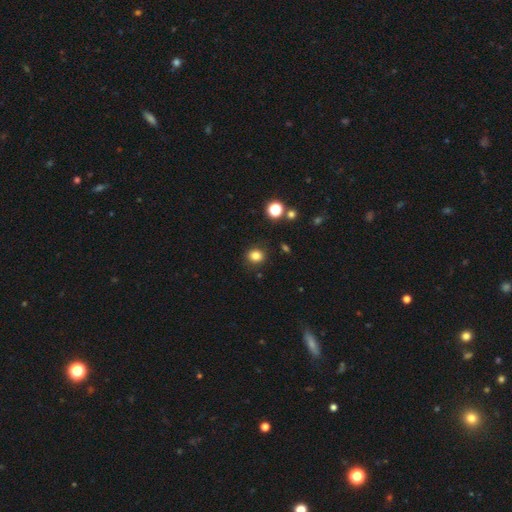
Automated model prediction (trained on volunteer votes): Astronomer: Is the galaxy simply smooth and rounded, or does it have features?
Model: smooth — 82%.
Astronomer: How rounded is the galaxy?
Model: round — 73%.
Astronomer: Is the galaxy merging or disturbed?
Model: none — 87%.